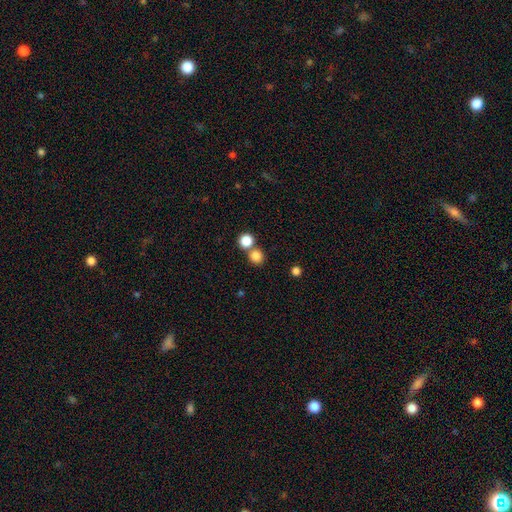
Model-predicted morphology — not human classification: Q: Smooth or featured?
A: smooth (82%); runner-up: star or artifact (12%)
Q: How rounded?
A: round (89%); runner-up: in between (10%)
Q: Merging?
A: none (63%); runner-up: merger (29%)